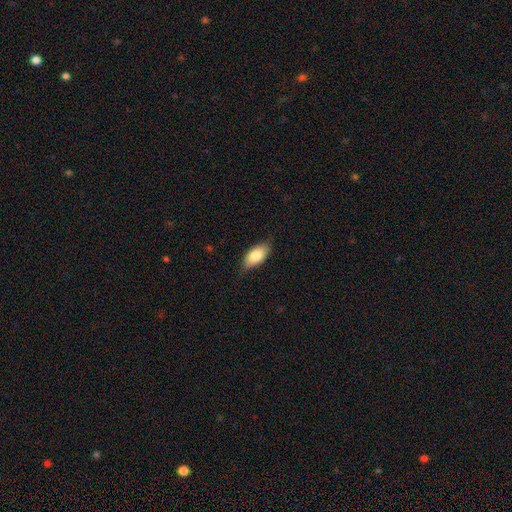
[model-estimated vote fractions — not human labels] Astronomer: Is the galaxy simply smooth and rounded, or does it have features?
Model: smooth — 79%.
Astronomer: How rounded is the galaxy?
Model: in between — 90%.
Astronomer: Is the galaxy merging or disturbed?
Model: none — 77%.